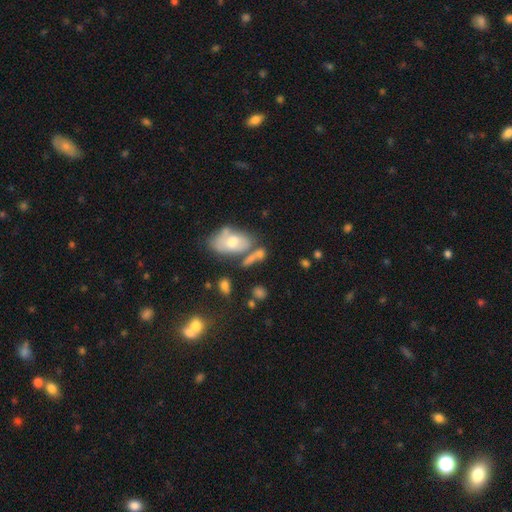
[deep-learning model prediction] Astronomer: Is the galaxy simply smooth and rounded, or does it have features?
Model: smooth — 57%.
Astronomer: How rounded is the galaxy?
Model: in between — 78%.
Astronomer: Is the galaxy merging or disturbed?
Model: none — 44% (runner-up: merger, 28%).